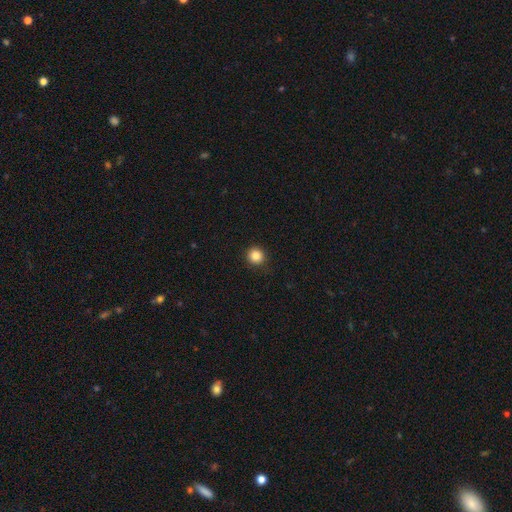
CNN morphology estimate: Smooth or featured: smooth — 86% (star or artifact — 11%)
How rounded: round — 92% (in between — 7%)
Merging: none — 90% (minor disturbance — 7%)